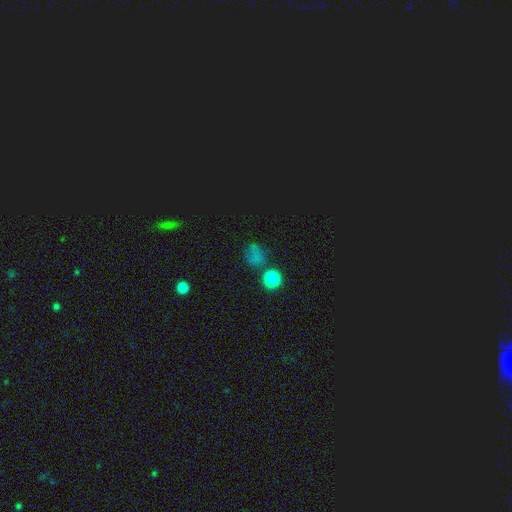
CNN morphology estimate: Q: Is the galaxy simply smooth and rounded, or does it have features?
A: smooth — 55%.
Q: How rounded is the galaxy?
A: round — 67%.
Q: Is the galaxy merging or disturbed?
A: none — 64%.